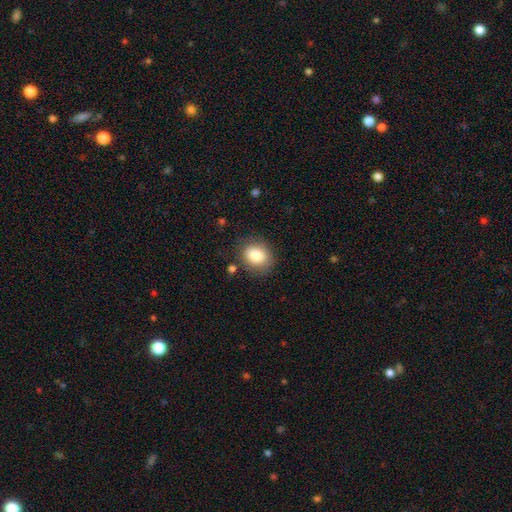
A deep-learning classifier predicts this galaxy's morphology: The model was most divided on "how rounded": round: 56%, in between: 43%, cigar-shaped: 1%. More confident: smooth or featured — smooth (83%); merging — none (80%).